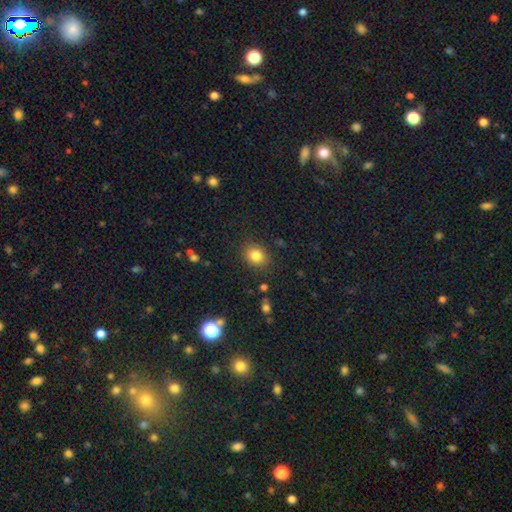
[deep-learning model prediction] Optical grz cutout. It shows a smooth galaxy with no disk features (83%) that is round (56%). Merging: none (85%).